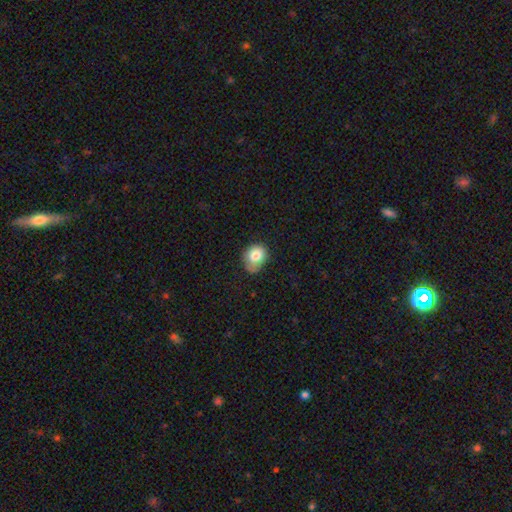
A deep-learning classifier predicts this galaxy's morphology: Smooth or featured? Predicted: smooth (p=0.79). How rounded? Predicted: round (p=0.56). Merging? Predicted: none (p=0.56).